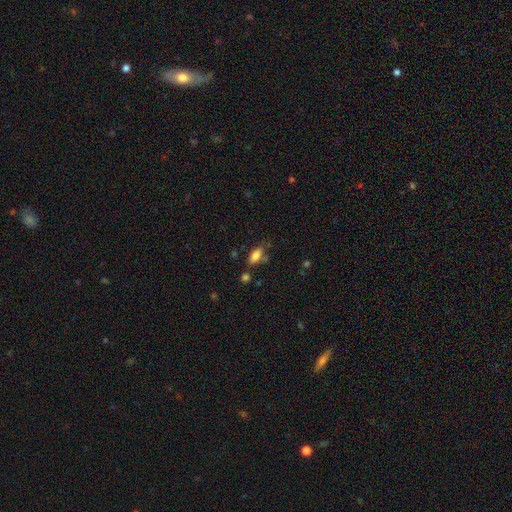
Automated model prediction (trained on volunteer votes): smooth-or-featured: smooth: 80% | featured or disk: 10% | star or artifact: 9%
  how-rounded: in between: 84% | cigar-shaped: 13% | round: 3%
  merging: none: 63% | minor disturbance: 20% | merger: 9% | major disturbance: 7%